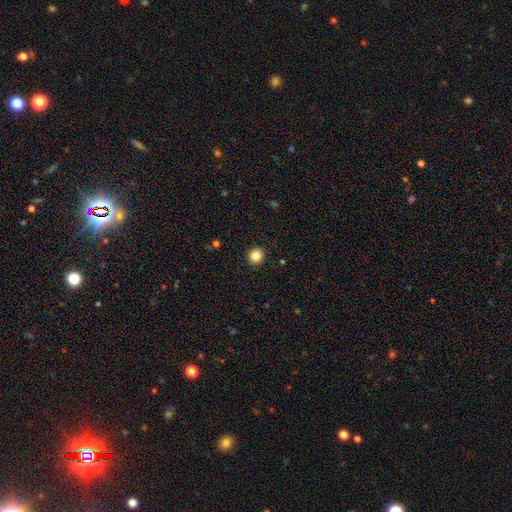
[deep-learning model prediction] smooth 85%, star or artifact 11%, featured or disk 5%. Down the decision tree: how rounded — round (91%); merging — none (92%).